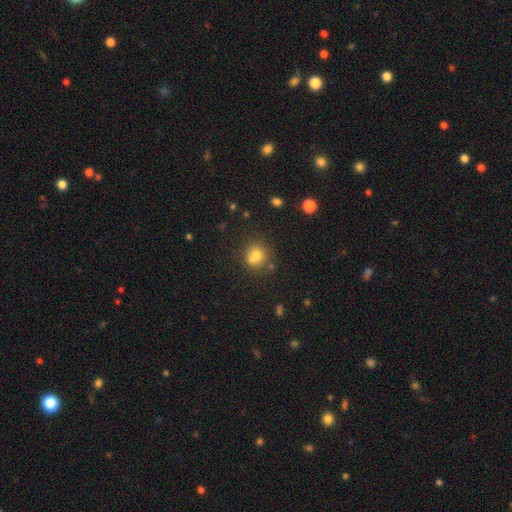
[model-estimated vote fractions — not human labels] A smooth galaxy with no disk features (71%) that is round (84%). Merging: none (50%).